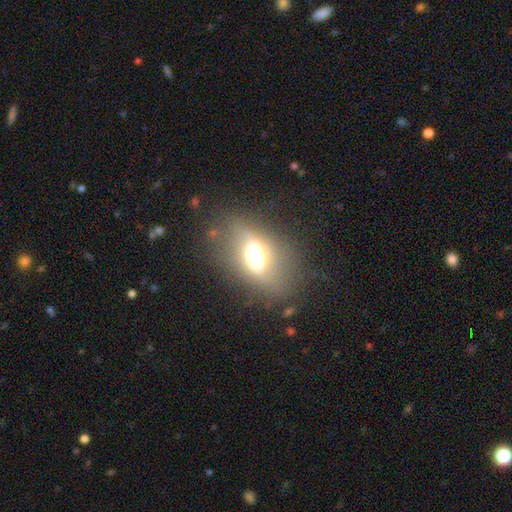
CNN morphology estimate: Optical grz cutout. It shows a smooth galaxy with no disk features (45%). Merging: none (62%).